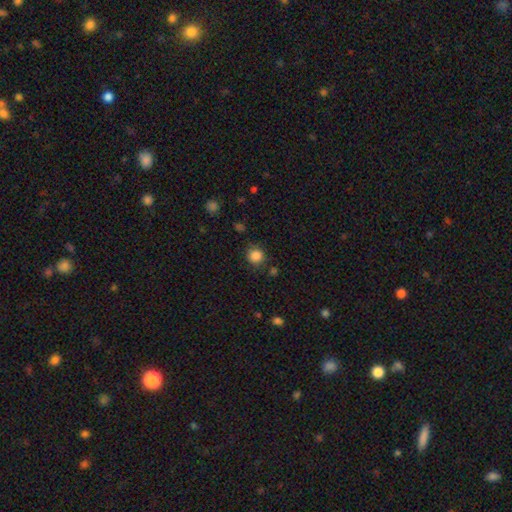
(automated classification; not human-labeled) The model was most divided on "merging": none: 82%, minor disturbance: 12%, major disturbance: 4%, merger: 3%. More confident: how rounded — round (89%); smooth or featured — smooth (85%).